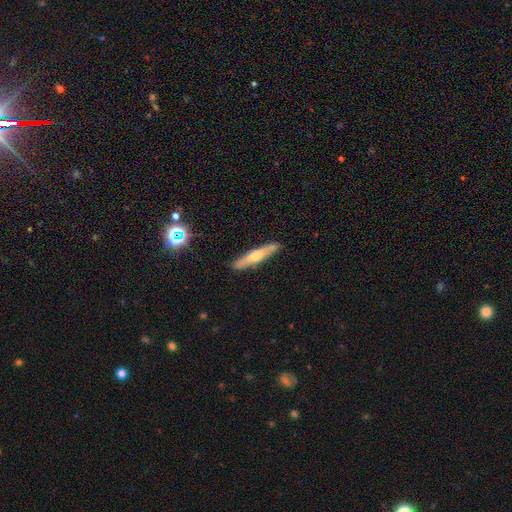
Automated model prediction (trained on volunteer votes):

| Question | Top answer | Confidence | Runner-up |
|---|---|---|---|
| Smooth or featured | featured or disk | 50% | smooth (44%) |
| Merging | none | 90% | minor disturbance (8%) |